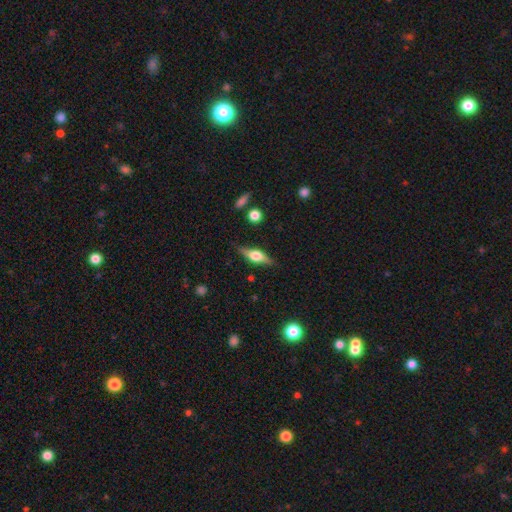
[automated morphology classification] Overall: featured or disk (61%; smooth 32%). Edge-on disk: yes (94%). Edge-on bulge: rounded (91%). Merging: none (83%).